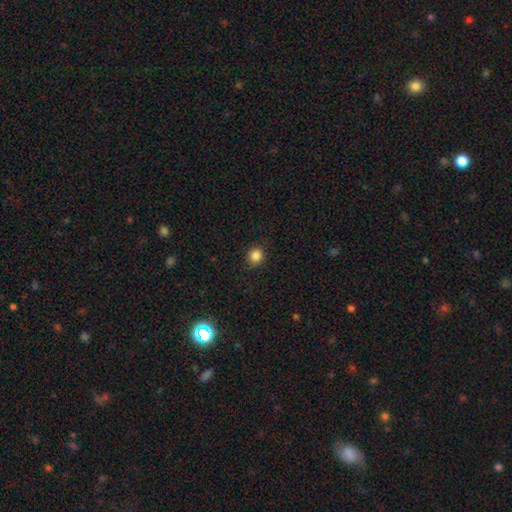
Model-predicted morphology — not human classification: This appears to be a smooth galaxy with no disk features (86%) that is round (84%). Merging: none (89%).